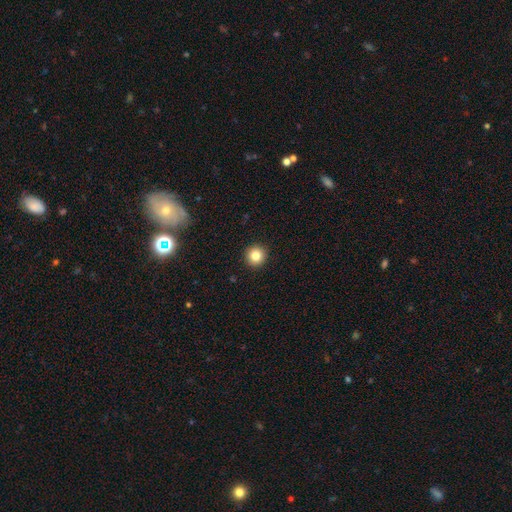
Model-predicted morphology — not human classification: A smooth galaxy with no disk features (83%) that is round (95%).

Vote fractions:
- Smooth or featured? smooth: 83% / star or artifact: 11% / featured or disk: 6%
- How rounded? round: 95% / in between: 4% / cigar-shaped: 1%
- Merging? none: 93% / minor disturbance: 4% / major disturbance: 2% / merger: 1%